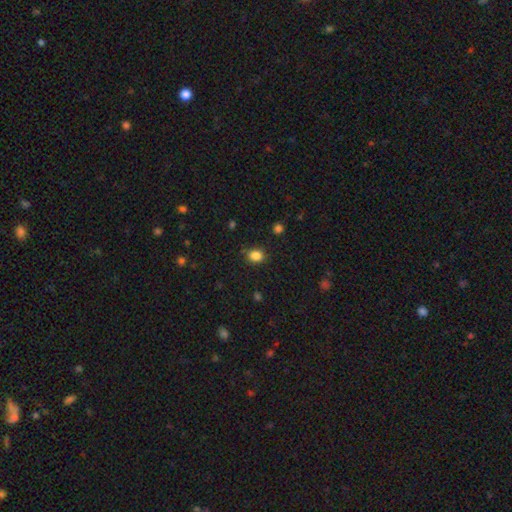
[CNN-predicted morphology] type=smooth (85%); roundness=round (57%); merging=none (85%).